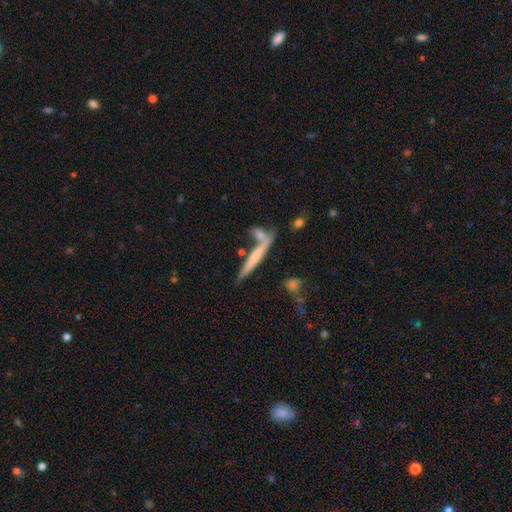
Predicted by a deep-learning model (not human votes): A smooth galaxy with no disk features (50%). Merging: none (64%).